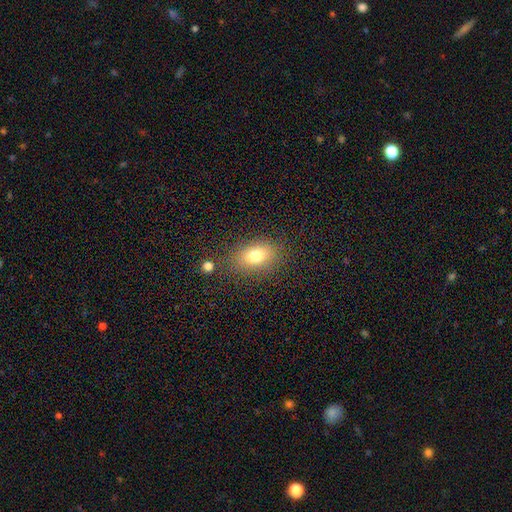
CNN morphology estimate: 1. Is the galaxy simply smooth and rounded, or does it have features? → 76% smooth, 12% star or artifact, 12% featured or disk.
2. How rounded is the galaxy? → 78% in between, 20% round, 2% cigar-shaped.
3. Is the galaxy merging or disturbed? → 80% none, 12% minor disturbance, 4% major disturbance, 3% merger.